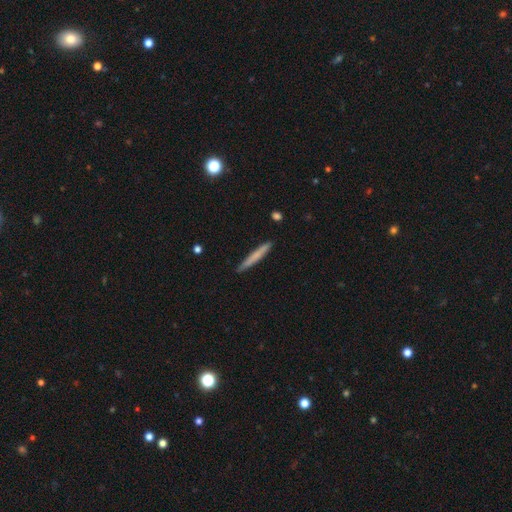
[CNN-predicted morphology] smooth-or-featured: smooth: 67% | featured or disk: 27% | star or artifact: 6%
  how-rounded: cigar-shaped: 96% | in between: 3% | round: 1%
  merging: none: 89% | minor disturbance: 8% | major disturbance: 1% | merger: 1%